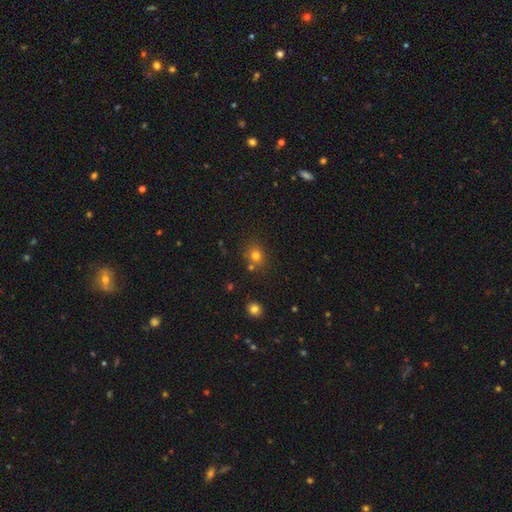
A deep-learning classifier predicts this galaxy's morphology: The model was most divided on "how rounded": round: 76%, in between: 23%, cigar-shaped: 1%. More confident: smooth or featured — smooth (77%); merging — none (76%).